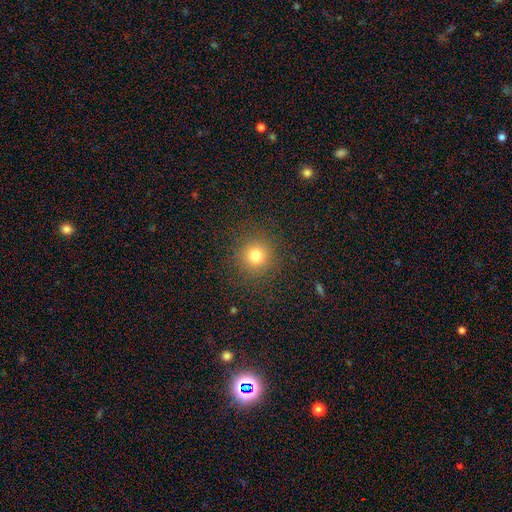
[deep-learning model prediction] Smooth or featured?
  - smooth: 77% *
  - star or artifact: 16%
  - featured or disk: 7%
How rounded?
  - round: 94% *
  - in between: 6%
  - cigar-shaped: 1%
Merging?
  - none: 89% *
  - minor disturbance: 7%
  - major disturbance: 4%
  - merger: 1%